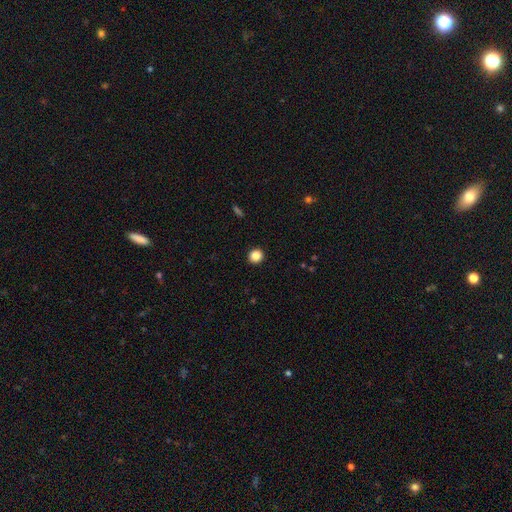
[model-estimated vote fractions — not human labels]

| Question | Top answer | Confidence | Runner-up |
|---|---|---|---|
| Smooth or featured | smooth | 86% | star or artifact (10%) |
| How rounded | round | 88% | in between (11%) |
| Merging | none | 93% | minor disturbance (5%) |